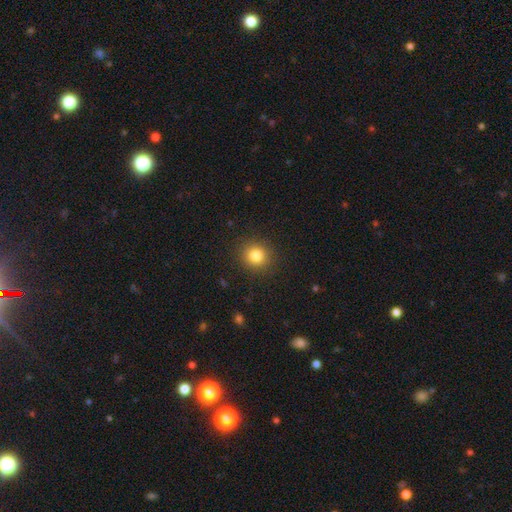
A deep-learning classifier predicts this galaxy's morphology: smooth-or-featured: smooth: 83% | star or artifact: 11% | featured or disk: 6%
  how-rounded: round: 87% | in between: 12% | cigar-shaped: 1%
  merging: none: 89% | minor disturbance: 7% | major disturbance: 3% | merger: 1%